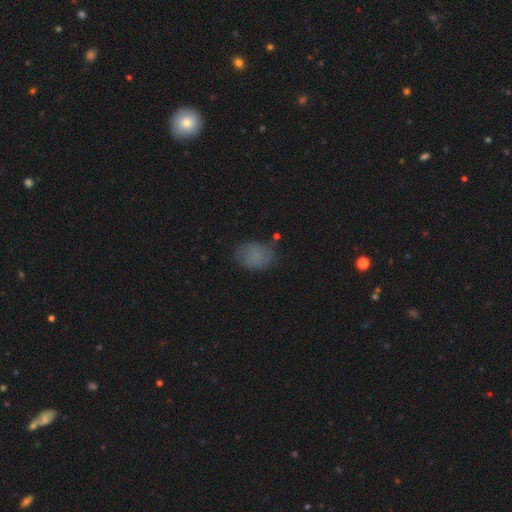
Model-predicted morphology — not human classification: Q: Smooth or featured?
A: smooth (78%); runner-up: star or artifact (12%)
Q: How rounded?
A: in between (74%); runner-up: round (25%)
Q: Merging?
A: none (68%); runner-up: minor disturbance (22%)